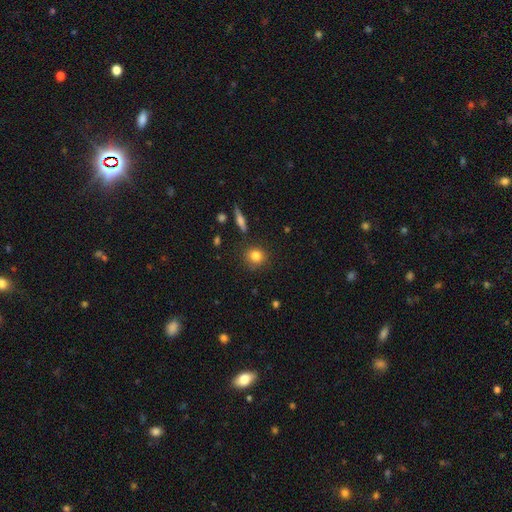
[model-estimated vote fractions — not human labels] Smooth or featured?
  - smooth: 82% *
  - star or artifact: 10%
  - featured or disk: 8%
How rounded?
  - round: 85% *
  - in between: 13%
  - cigar-shaped: 2%
Merging?
  - none: 84% *
  - minor disturbance: 10%
  - merger: 3%
  - major disturbance: 3%